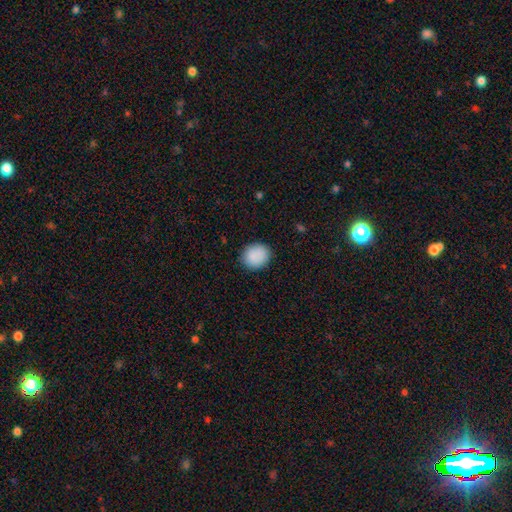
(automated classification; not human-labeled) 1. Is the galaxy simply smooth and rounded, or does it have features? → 89% smooth, 7% star or artifact, 4% featured or disk.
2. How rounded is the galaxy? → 71% round, 28% in between, 1% cigar-shaped.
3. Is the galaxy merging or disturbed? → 88% none, 9% minor disturbance, 2% major disturbance, 1% merger.